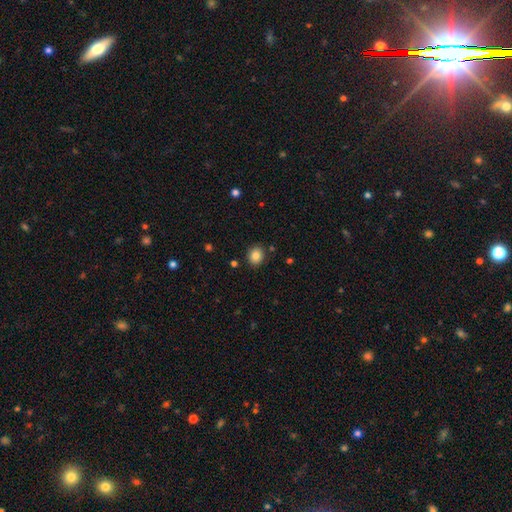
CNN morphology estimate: Smooth or featured? Predicted: smooth (p=0.83). How rounded? Predicted: round (p=0.76). Merging? Predicted: none (p=0.87).